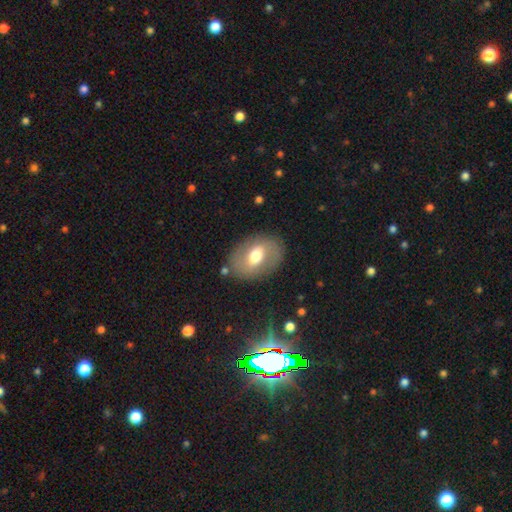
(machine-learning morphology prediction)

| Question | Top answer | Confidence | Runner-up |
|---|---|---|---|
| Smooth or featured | smooth | 50% | featured or disk (43%) |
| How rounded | in between | 75% | round (24%) |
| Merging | none | 80% | minor disturbance (13%) |